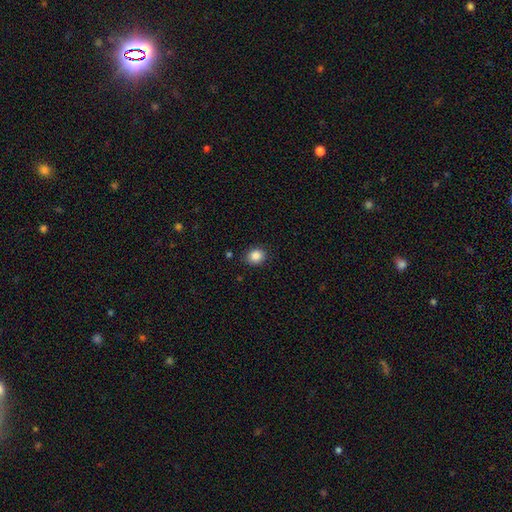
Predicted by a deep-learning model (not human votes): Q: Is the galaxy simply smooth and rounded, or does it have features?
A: smooth — 87%.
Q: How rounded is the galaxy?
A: round — 64%.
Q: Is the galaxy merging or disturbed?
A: none — 87%.